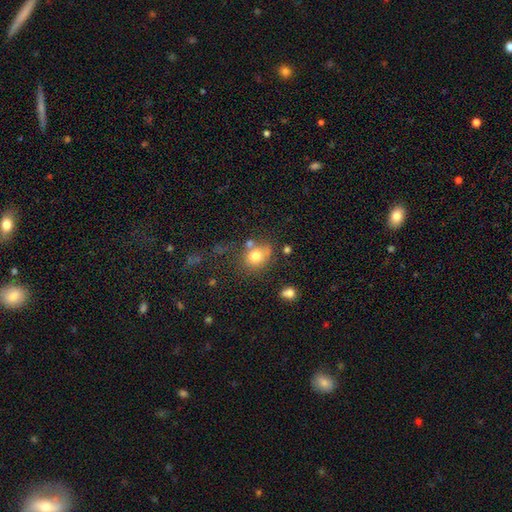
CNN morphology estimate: Smooth or featured? smooth (75%)
How rounded? round (56%)
Merging? none (54%)